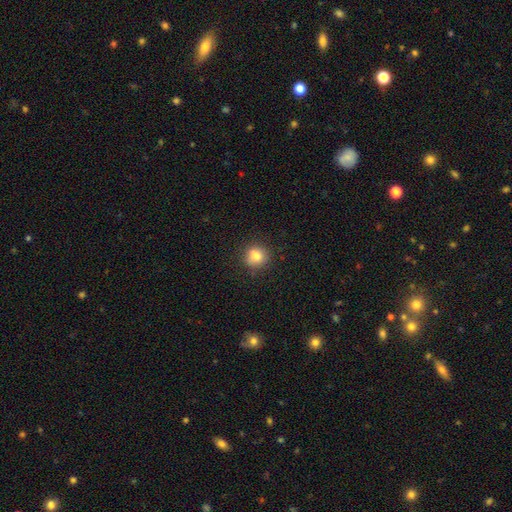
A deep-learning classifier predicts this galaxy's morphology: A smooth galaxy with no disk features (77%) that is round (82%). Merging: none (69%).